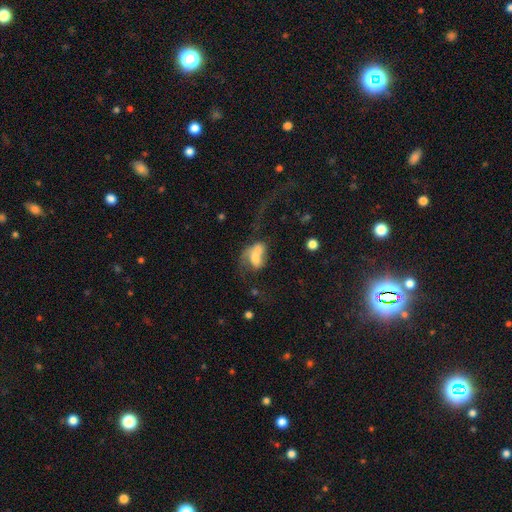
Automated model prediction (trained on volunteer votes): Morphology: type=smooth (52%); roundness=in between (78%); merging=merger (45%).